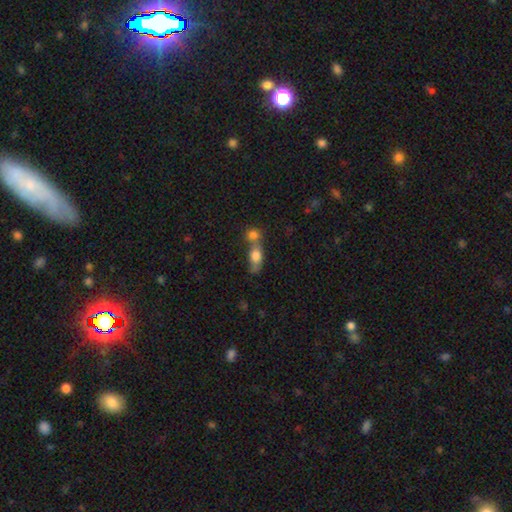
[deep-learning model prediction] Morphology: type=smooth (75%); roundness=in between (65%); merging=merger (61%).